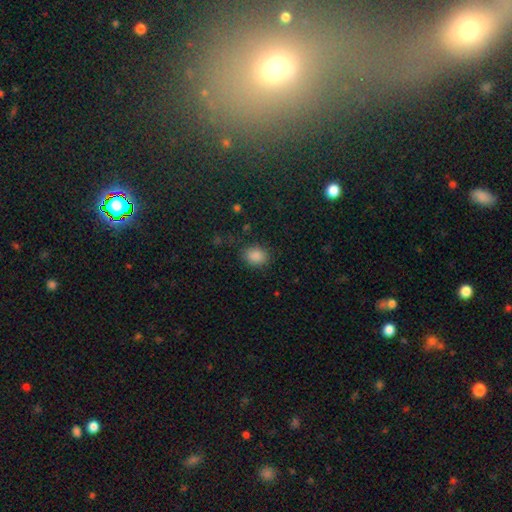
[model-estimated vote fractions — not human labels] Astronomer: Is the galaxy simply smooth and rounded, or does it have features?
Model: smooth — 86%.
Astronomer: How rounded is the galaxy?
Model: in between — 58% (runner-up: round, 41%).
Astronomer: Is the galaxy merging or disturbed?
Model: none — 82%.